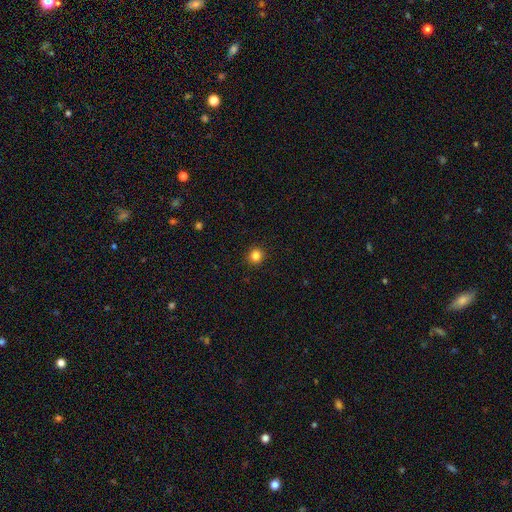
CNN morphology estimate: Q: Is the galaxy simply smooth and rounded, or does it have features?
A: smooth — 84%.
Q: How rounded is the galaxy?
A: round — 93%.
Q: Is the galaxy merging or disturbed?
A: none — 92%.